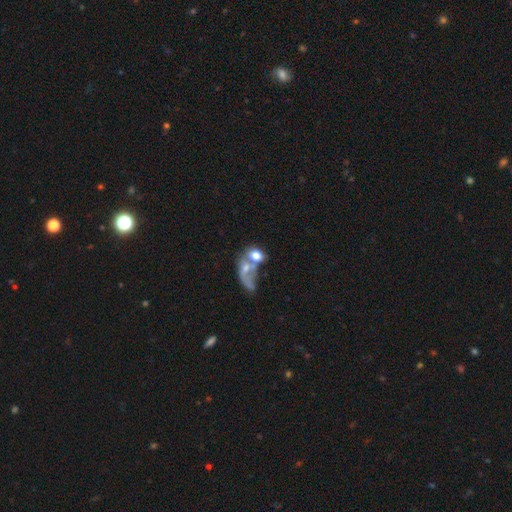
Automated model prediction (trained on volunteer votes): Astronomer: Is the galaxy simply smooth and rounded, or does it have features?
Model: smooth — 61%.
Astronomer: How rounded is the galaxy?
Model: in between — 64%.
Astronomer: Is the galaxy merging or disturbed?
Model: merger — 61%.